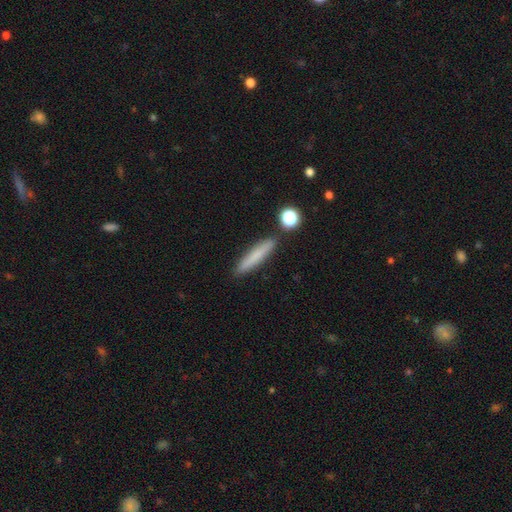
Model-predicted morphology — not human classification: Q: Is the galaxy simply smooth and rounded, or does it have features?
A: smooth — 73%.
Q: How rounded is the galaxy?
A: cigar-shaped — 91%.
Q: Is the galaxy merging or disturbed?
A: none — 86%.